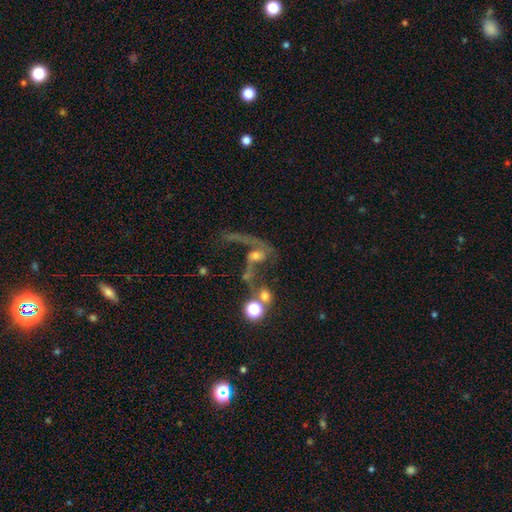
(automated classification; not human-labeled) A featured or disk galaxy (59%) with no bar (64%), spiral arms (73%) and a moderate central bulge (43%).

Vote fractions:
- Smooth or featured? featured or disk: 59% / smooth: 24% / star or artifact: 16%
- Edge-on disk? no: 95% / yes: 5%
- Bar? no: 64% / weak: 26% / strong: 10%
- Spiral arms? yes: 73% / no: 27%
- Bulge size? moderate: 43% / small: 31% / none: 11% / large: 10% / dominant: 3%
- Merging? merger: 39% / major disturbance: 31% / none: 21% / minor disturbance: 9%